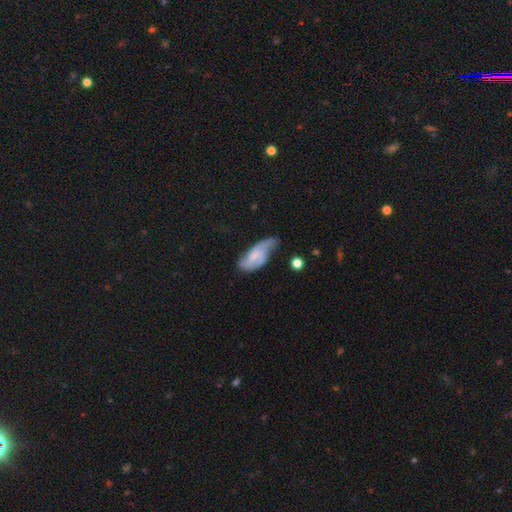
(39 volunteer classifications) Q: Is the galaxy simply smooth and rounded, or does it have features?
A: smooth — 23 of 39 (59%).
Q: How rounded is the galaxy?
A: in between — 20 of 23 (87%).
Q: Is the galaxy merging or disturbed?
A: none — 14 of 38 (37%).